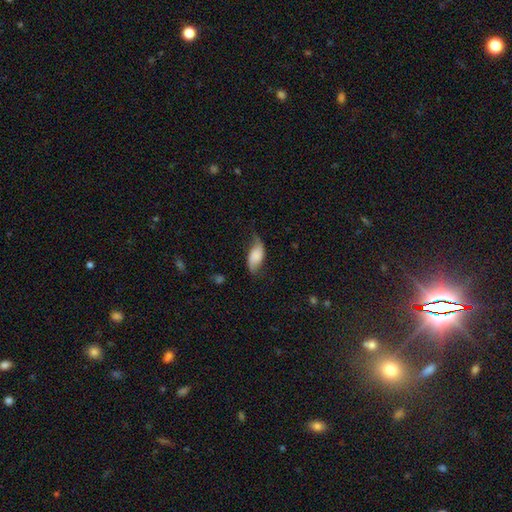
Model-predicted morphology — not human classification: Smooth or featured: featured or disk — 46% (tied with smooth — 46%)
Merging: none — 57% (minor disturbance — 27%)